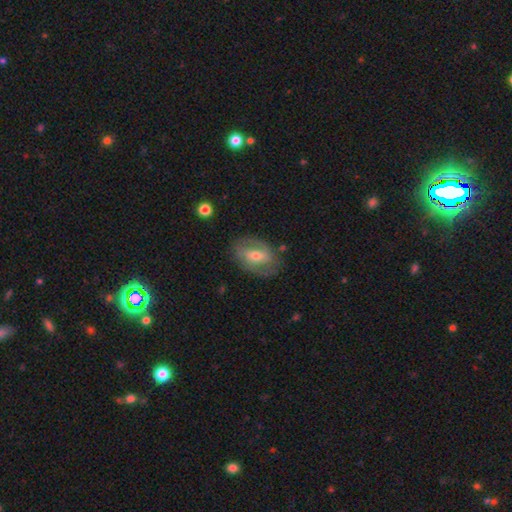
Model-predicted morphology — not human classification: Overall: featured or disk (66%; smooth 28%). Edge-on disk: no (93%). Bar: strong (40%; weak 37%). Spiral arms: yes (62%; no 38%). Bulge size: moderate (53%; small 42%). Merging: none (76%).